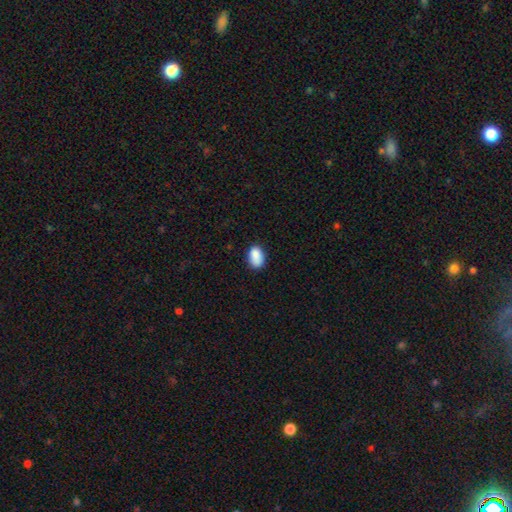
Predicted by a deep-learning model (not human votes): Q: Smooth or featured?
A: smooth (88%); runner-up: star or artifact (8%)
Q: How rounded?
A: in between (88%); runner-up: round (10%)
Q: Merging?
A: none (78%); runner-up: minor disturbance (18%)